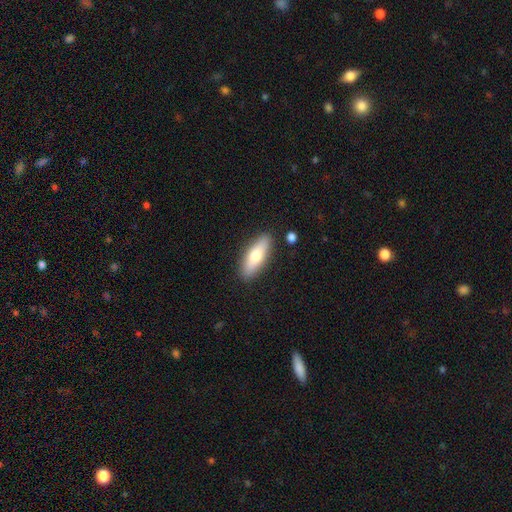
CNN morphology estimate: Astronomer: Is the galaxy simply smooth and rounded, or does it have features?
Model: smooth — 67%.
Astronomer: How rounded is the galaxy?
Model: in between — 54% (runner-up: cigar-shaped, 44%).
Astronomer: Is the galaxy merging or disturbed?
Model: none — 86%.